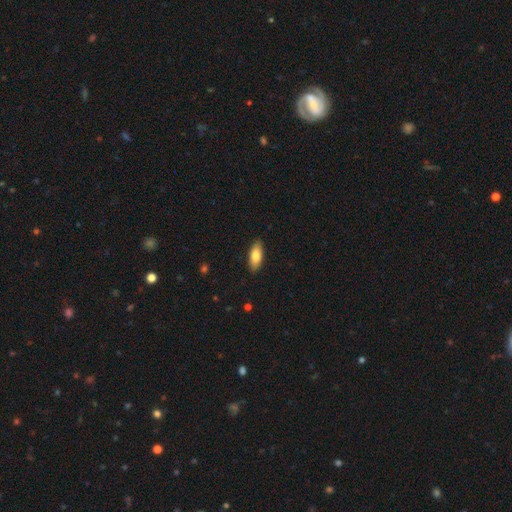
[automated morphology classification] Overall: smooth (81%). How rounded: in between (81%). Merging: none (88%).